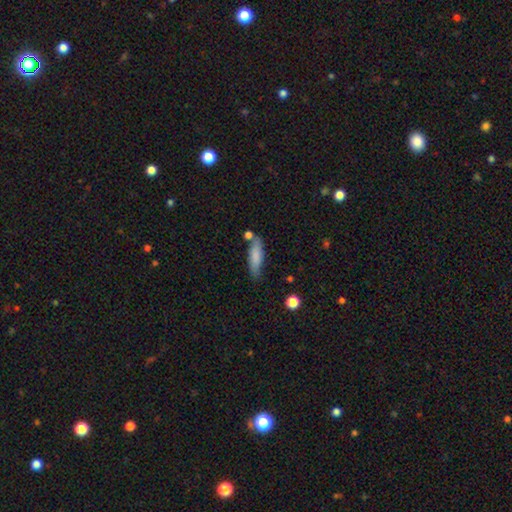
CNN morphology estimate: The model was most divided on "how rounded": cigar-shaped: 63%, in between: 36%, round: 2%. More confident: smooth or featured — smooth (78%); merging — none (68%).